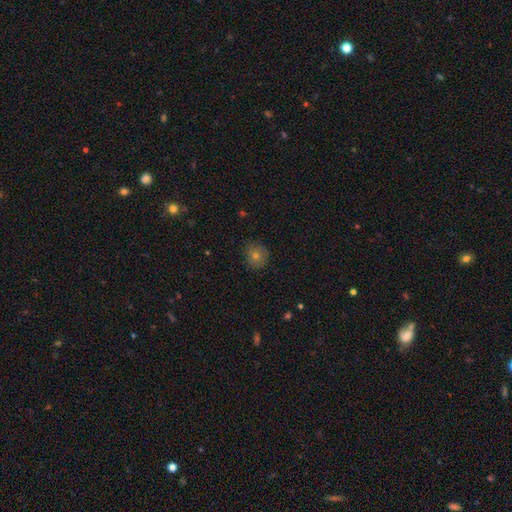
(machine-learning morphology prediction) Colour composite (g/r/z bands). It shows a smooth galaxy with no disk features (61%) that is round (86%). Merging: none (83%).